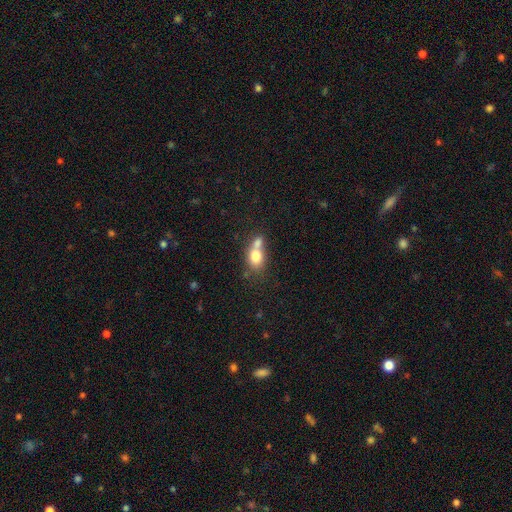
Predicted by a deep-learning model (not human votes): Smooth or featured?
  - smooth: 75% *
  - featured or disk: 16%
  - star or artifact: 9%
How rounded?
  - in between: 65% *
  - round: 32%
  - cigar-shaped: 3%
Merging?
  - merger: 61% *
  - none: 25%
  - minor disturbance: 9%
  - major disturbance: 5%